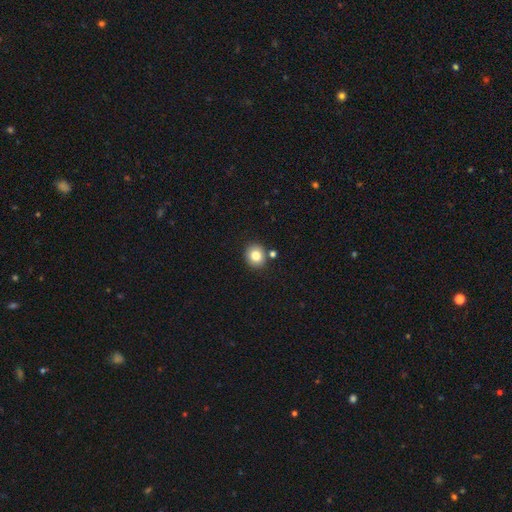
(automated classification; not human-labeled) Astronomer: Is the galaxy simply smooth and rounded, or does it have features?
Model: smooth — 81%.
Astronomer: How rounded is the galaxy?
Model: round — 80%.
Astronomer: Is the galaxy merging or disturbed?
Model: none — 82%.